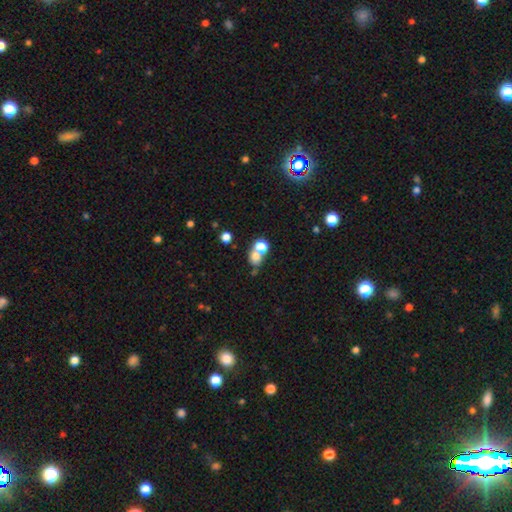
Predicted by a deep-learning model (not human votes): Overall: smooth (72%). How rounded: round (64%; in between 34%). Merging: merger (48%; none 38%).